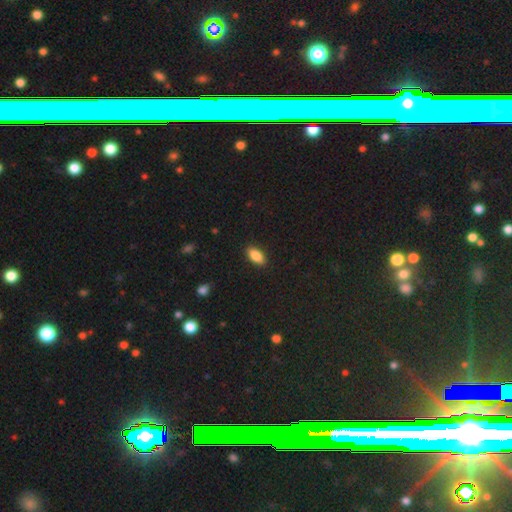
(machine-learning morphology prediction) smooth 86%, star or artifact 8%, featured or disk 7%. Down the decision tree: how rounded — in between (89%); merging — none (88%).